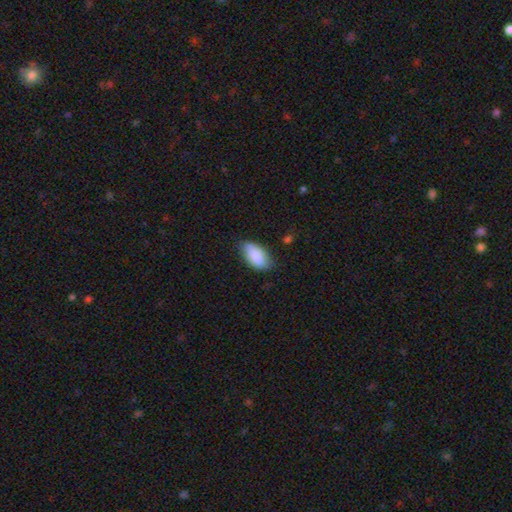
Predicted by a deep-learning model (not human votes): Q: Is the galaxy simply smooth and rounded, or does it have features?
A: smooth — 87%.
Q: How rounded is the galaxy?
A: in between — 92%.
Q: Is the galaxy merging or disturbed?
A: none — 68%.